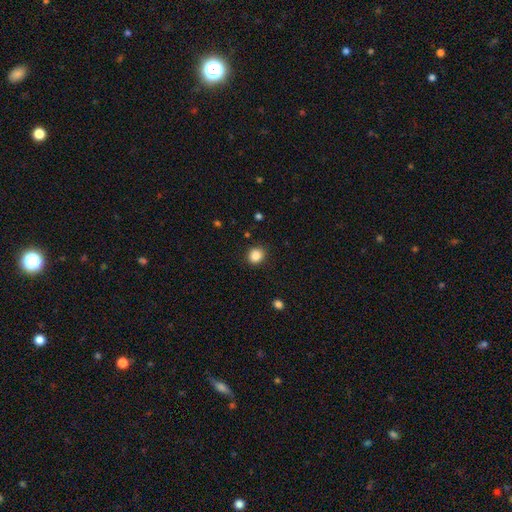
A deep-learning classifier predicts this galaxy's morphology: type=smooth (87%); roundness=round (82%); merging=none (88%).